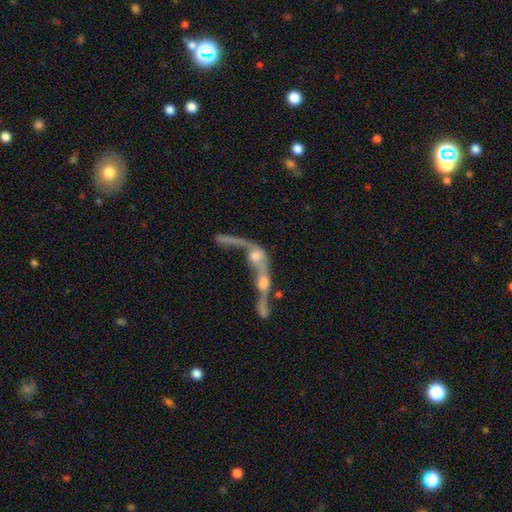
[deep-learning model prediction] smooth_or_featured: featured or disk (p=0.51) [alt: smooth p=0.35]
disk_edge_on: no (p=0.66) [alt: yes p=0.34]
merging: merger (p=0.76) [alt: none p=0.10]